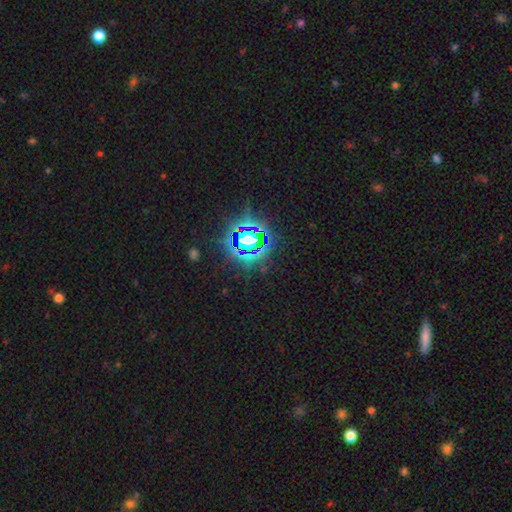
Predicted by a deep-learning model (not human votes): A star or artifact, not a galaxy (82%).

Vote fractions:
- Smooth or featured? star or artifact: 82% / smooth: 12% / featured or disk: 6%